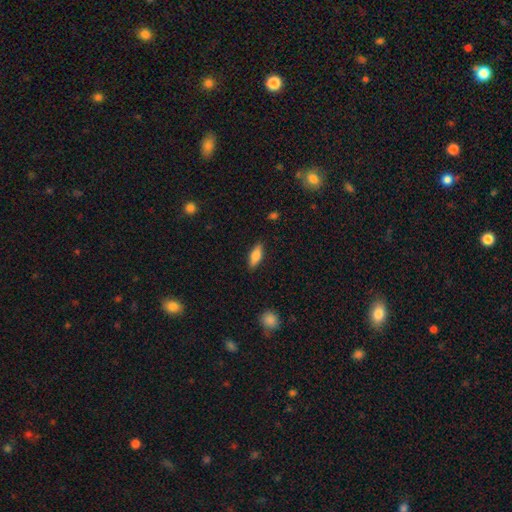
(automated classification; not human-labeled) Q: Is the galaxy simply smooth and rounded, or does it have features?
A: smooth — 74%.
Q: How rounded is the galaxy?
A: in between — 68%.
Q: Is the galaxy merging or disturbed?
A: none — 87%.